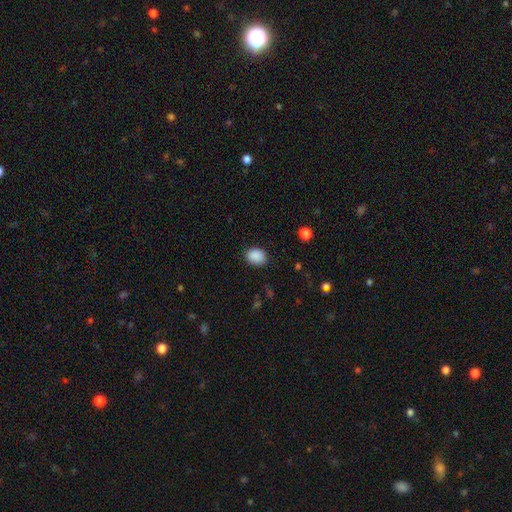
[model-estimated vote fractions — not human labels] Smooth or featured: smooth — 89% (star or artifact — 8%)
How rounded: in between — 57% (round — 42%)
Merging: none — 86% (minor disturbance — 10%)